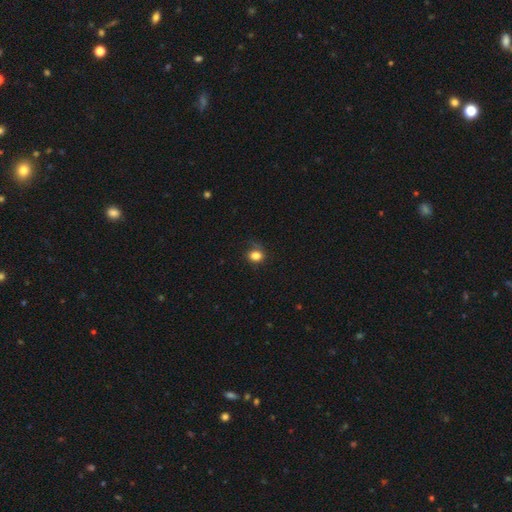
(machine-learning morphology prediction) A smooth galaxy with no disk features (83%) that is round (55%). Merging: none (69%).